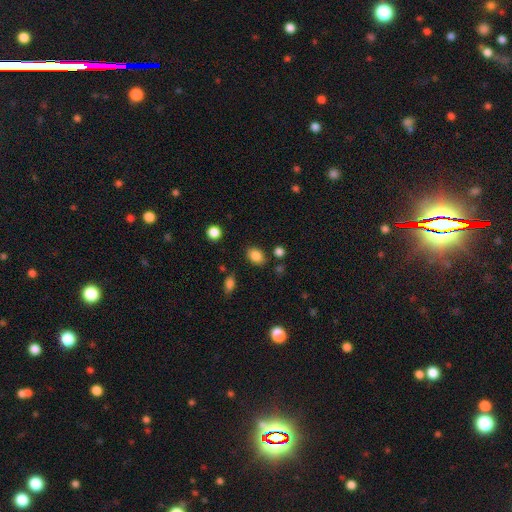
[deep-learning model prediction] Morphology: type=smooth (85%); roundness=in between (75%); merging=none (81%).